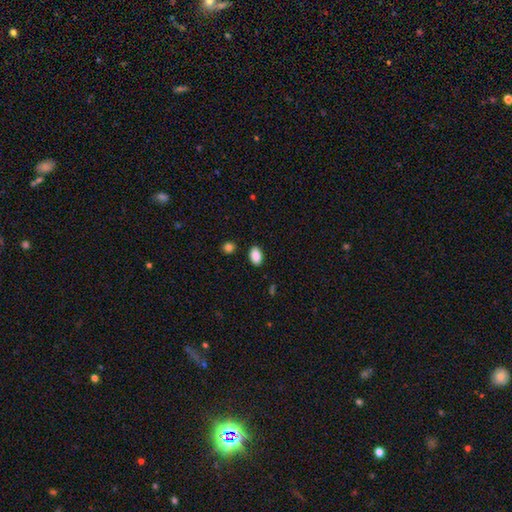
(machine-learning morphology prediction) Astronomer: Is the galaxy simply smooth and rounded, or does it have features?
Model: smooth — 89%.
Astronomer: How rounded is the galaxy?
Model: in between — 90%.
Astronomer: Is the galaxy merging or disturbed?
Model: none — 88%.